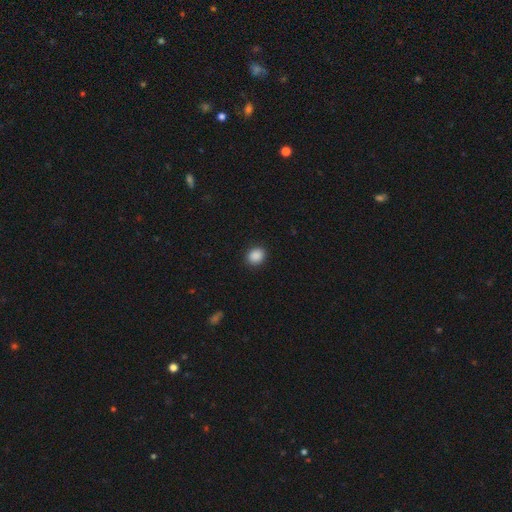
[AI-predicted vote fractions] A smooth galaxy with no disk features (89%) that is round (69%). Merging: none (90%).